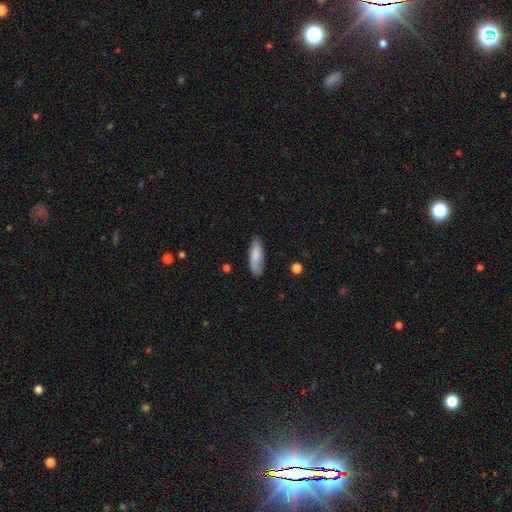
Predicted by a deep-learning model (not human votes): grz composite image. It shows a smooth galaxy with no disk features (78%) that is in between round and cigar-shaped (57%). Merging: none (76%).